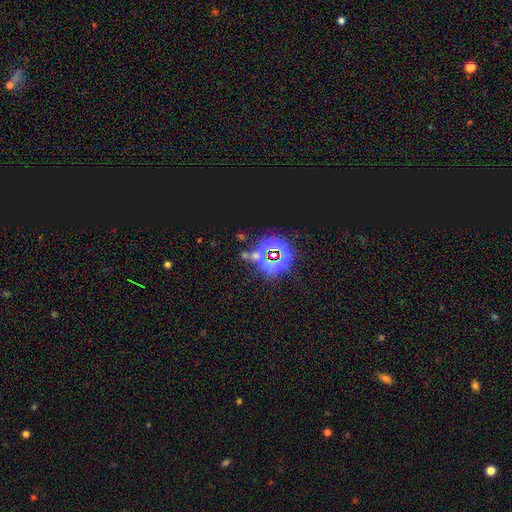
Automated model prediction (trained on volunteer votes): Q: Smooth or featured?
A: star or artifact (82%); runner-up: smooth (11%)